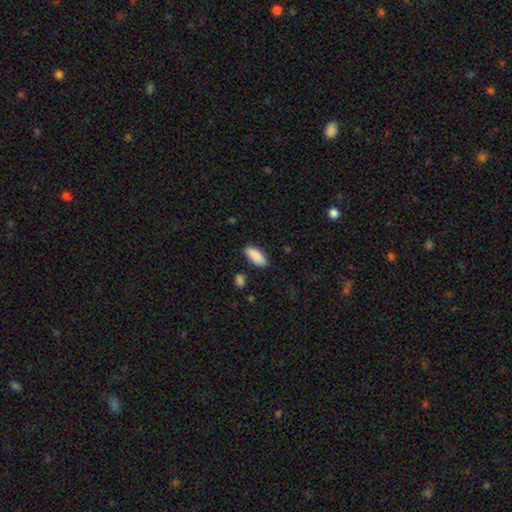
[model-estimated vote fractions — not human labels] Smooth or featured?
  - smooth: 90% *
  - star or artifact: 6%
  - featured or disk: 4%
How rounded?
  - in between: 81% *
  - cigar-shaped: 18%
  - round: 2%
Merging?
  - none: 86% *
  - minor disturbance: 10%
  - merger: 2%
  - major disturbance: 2%